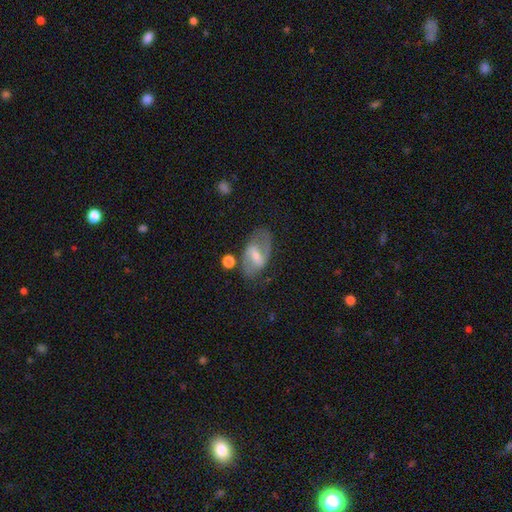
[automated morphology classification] This is likely a featured or disk galaxy (71%). It is clearly not viewed edge-on (94%). Bar: possibly strong (52%). Spiral arm pattern: likely yes (75%). Central bulge: possibly small (49%). Merging: likely none (68%).